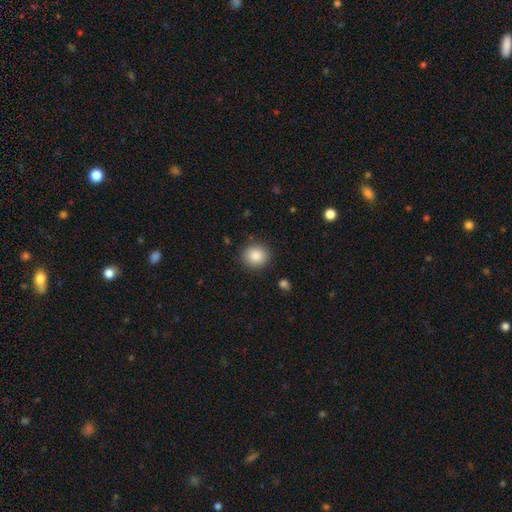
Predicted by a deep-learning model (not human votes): A smooth galaxy with no disk features (87%) that is round (85%).

Vote fractions:
- Smooth or featured? smooth: 87% / star or artifact: 8% / featured or disk: 4%
- How rounded? round: 85% / in between: 14% / cigar-shaped: 1%
- Merging? none: 89% / minor disturbance: 7% / major disturbance: 3% / merger: 1%